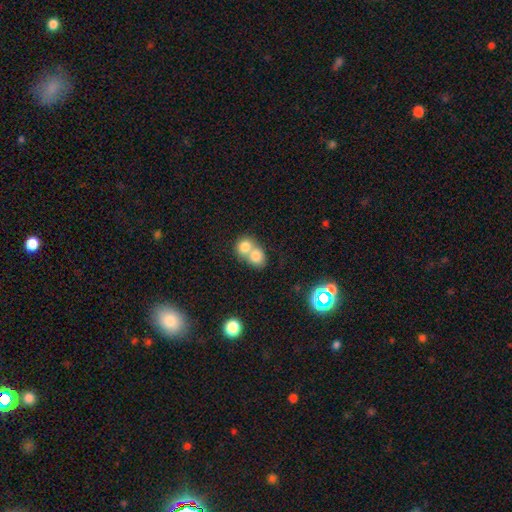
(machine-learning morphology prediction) A smooth galaxy with no disk features (77%) that is round (58%).

Vote fractions:
- Smooth or featured? smooth: 77% / featured or disk: 13% / star or artifact: 10%
- How rounded? round: 58% / in between: 41% / cigar-shaped: 1%
- Merging? merger: 70% / none: 22% / minor disturbance: 5% / major disturbance: 3%